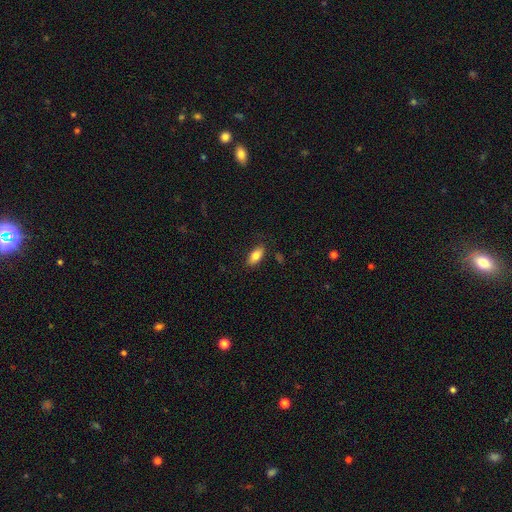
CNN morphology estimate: Smooth or featured?
  - smooth: 80% *
  - featured or disk: 12%
  - star or artifact: 7%
How rounded?
  - in between: 89% *
  - cigar-shaped: 8%
  - round: 3%
Merging?
  - none: 84% *
  - minor disturbance: 12%
  - major disturbance: 3%
  - merger: 1%